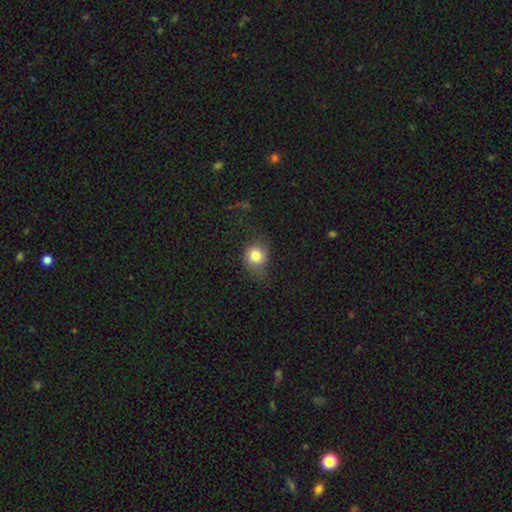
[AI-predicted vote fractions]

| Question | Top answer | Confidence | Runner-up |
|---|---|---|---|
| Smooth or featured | smooth | 81% | star or artifact (10%) |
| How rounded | round | 71% | in between (28%) |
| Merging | none | 59% | minor disturbance (26%) |